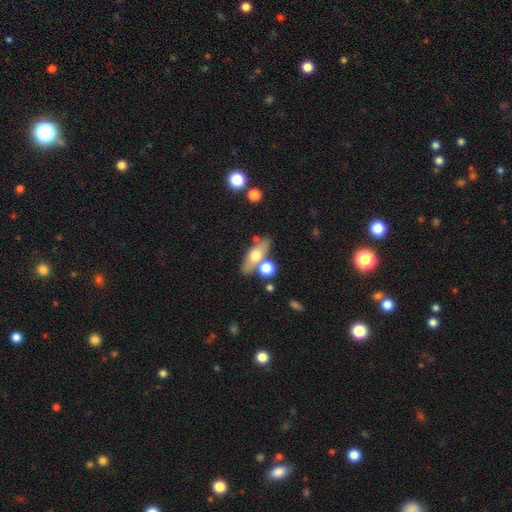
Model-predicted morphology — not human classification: A smooth galaxy with no disk features (53%) that is in between round and cigar-shaped (55%). Merging: none (67%).